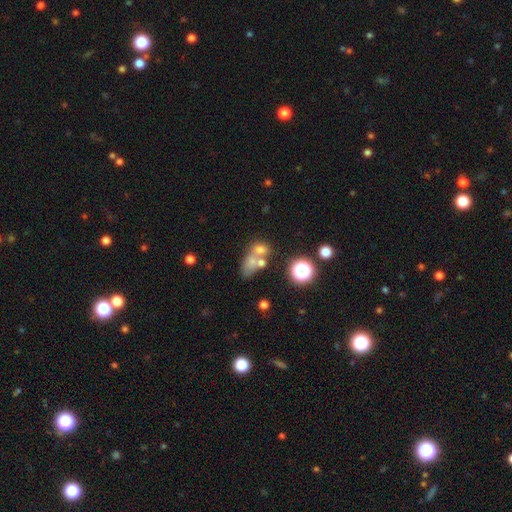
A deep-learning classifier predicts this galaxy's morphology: Q: Smooth or featured?
A: smooth (49%); runner-up: star or artifact (26%)
Q: Merging?
A: merger (48%); runner-up: none (34%)